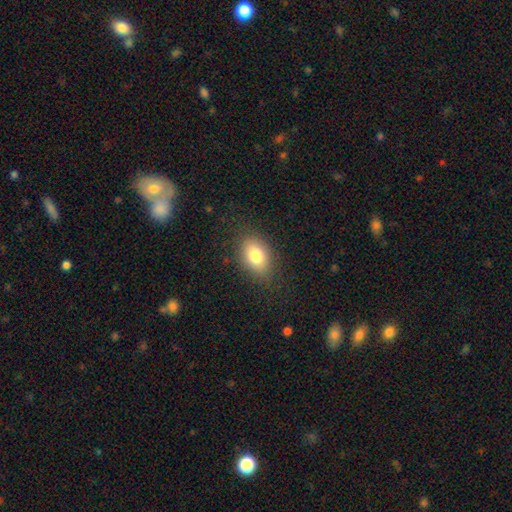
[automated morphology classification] type=smooth (80%); roundness=in between (84%); merging=none (84%).